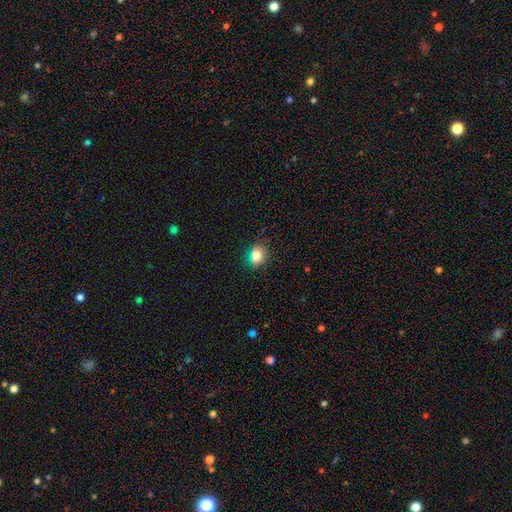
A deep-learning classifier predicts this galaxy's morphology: This is clearly a smooth galaxy (80%). How rounded: possibly round (53%). Merging: clearly none (82%).